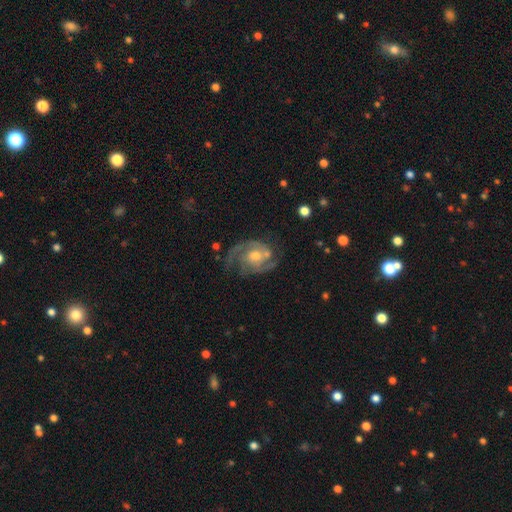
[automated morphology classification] smooth_or_featured: featured or disk (p=0.88) [alt: smooth p=0.06]
disk_edge_on: no (p=0.98) [alt: yes p=0.02]
bar: no (p=0.63) [alt: weak p=0.31]
has_spiral_arms: yes (p=0.97) [alt: no p=0.03]
spiral_winding: medium (p=0.47) [alt: tight p=0.43]
spiral_arm_count: 2 (p=0.57) [alt: 3 p=0.21]
bulge_size: moderate (p=0.63) [alt: small p=0.26]
merging: none (p=0.69) [alt: minor disturbance p=0.19]